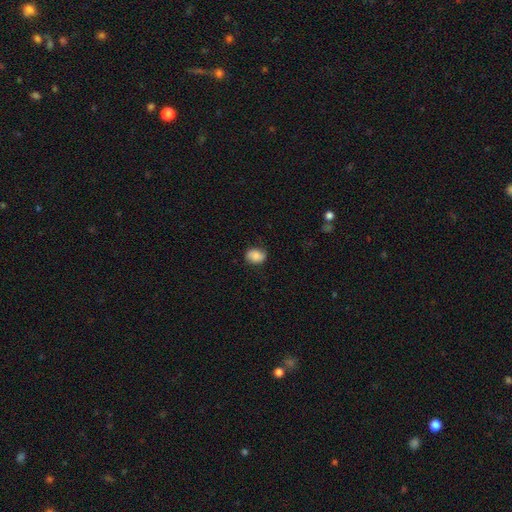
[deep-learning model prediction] smooth-or-featured: smooth: 83% | featured or disk: 9% | star or artifact: 8%
  how-rounded: in between: 62% | round: 37% | cigar-shaped: 1%
  merging: none: 78% | minor disturbance: 17% | major disturbance: 4% | merger: 1%